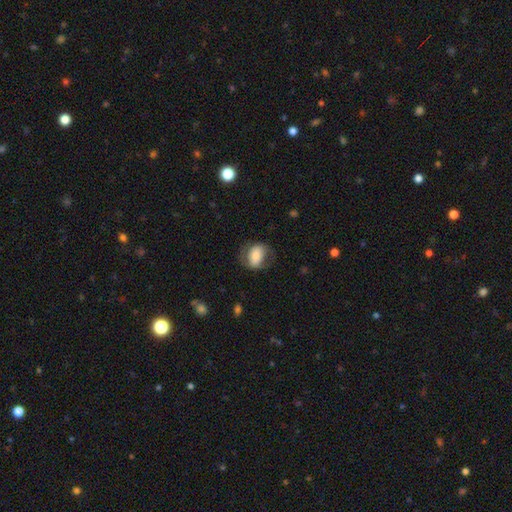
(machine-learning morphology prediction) A smooth galaxy with no disk features (65%) that is in between round and cigar-shaped (78%). Merging: none (62%).